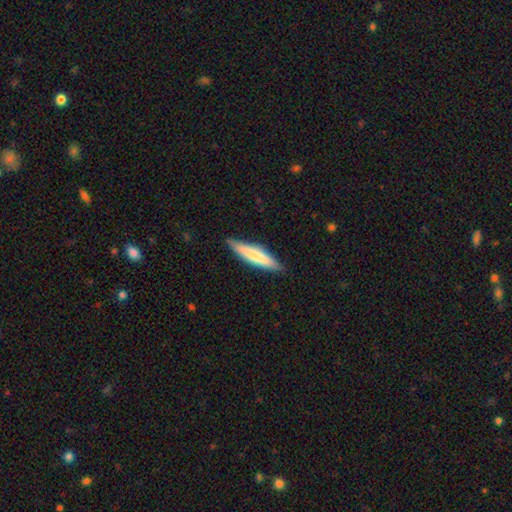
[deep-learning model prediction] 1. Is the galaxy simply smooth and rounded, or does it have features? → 68% smooth, 27% featured or disk, 5% star or artifact.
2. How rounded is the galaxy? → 85% cigar-shaped, 14% in between, 1% round.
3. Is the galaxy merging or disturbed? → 86% none, 11% minor disturbance, 2% major disturbance, 1% merger.